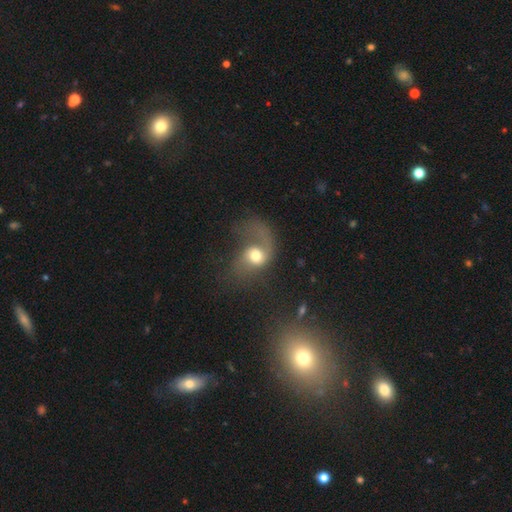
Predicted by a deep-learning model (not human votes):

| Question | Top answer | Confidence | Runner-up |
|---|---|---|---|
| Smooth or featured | featured or disk | 55% | smooth (36%) |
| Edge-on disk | no | 97% | yes (3%) |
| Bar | no | 68% | weak (26%) |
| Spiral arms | yes | 81% | no (19%) |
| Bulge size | moderate | 57% | large (28%) |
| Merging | major disturbance | 50% | none (29%) |